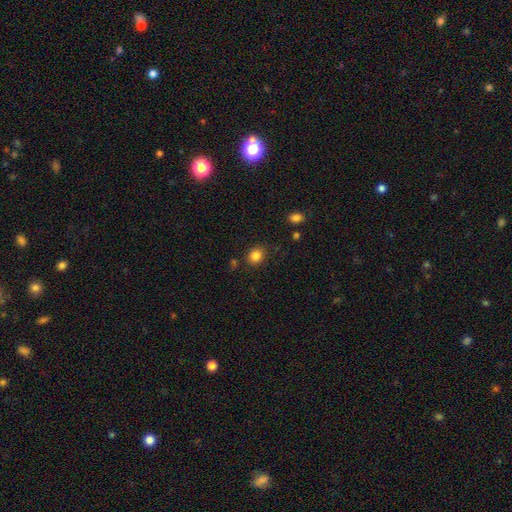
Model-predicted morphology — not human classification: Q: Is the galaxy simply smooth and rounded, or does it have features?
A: smooth — 84%.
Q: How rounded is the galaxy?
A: round — 70%.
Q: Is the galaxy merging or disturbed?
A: none — 84%.